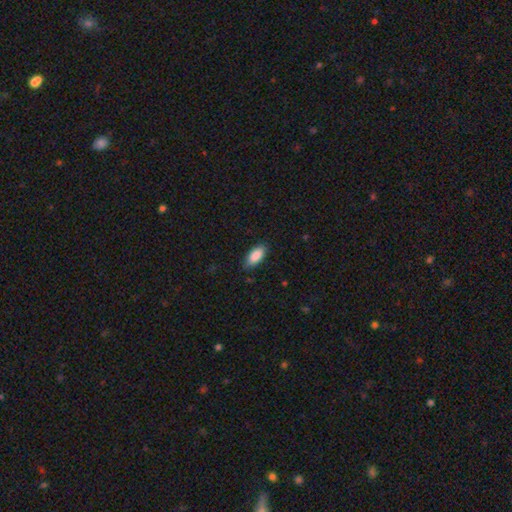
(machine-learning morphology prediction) Overall: smooth (88%). How rounded: in between (86%). Merging: none (83%).